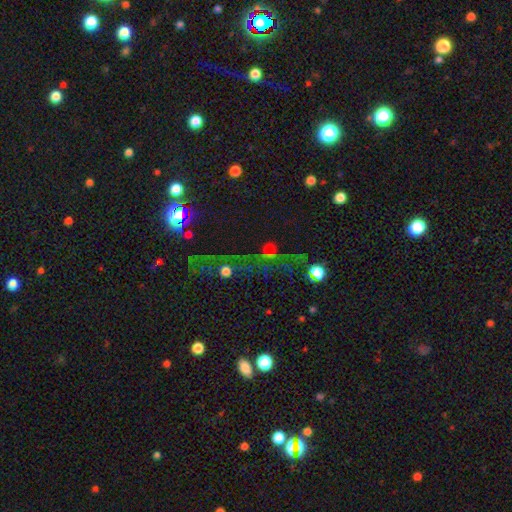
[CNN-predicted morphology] type=star or artifact (64%).